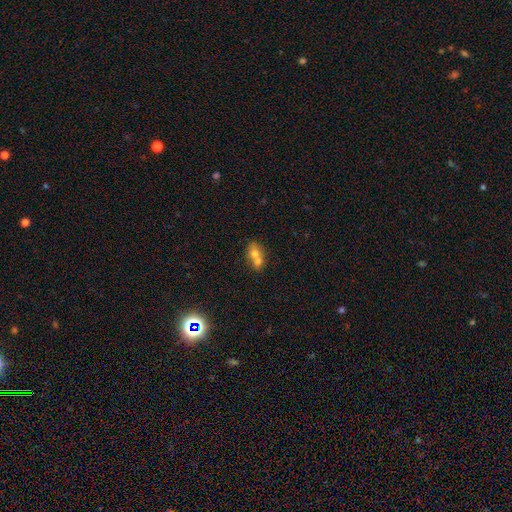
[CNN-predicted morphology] Overall: smooth (66%). How rounded: in between (50%; round 48%). Merging: merger (67%).